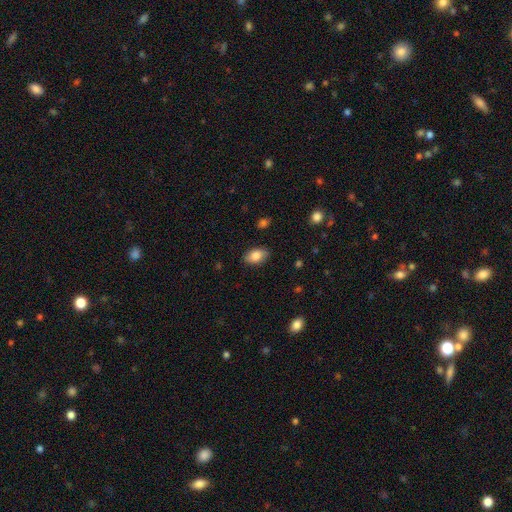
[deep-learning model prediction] smooth 83%, featured or disk 9%, star or artifact 7%. Down the decision tree: how rounded — in between (89%); merging — none (84%).